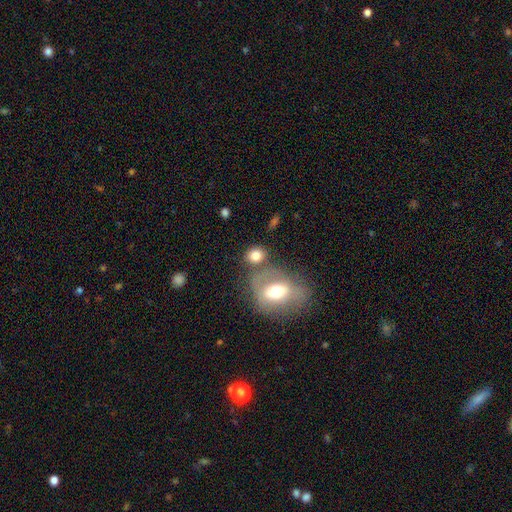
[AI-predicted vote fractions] Overall: smooth (77%). How rounded: round (55%; in between 43%). Merging: none (53%; merger 26%).